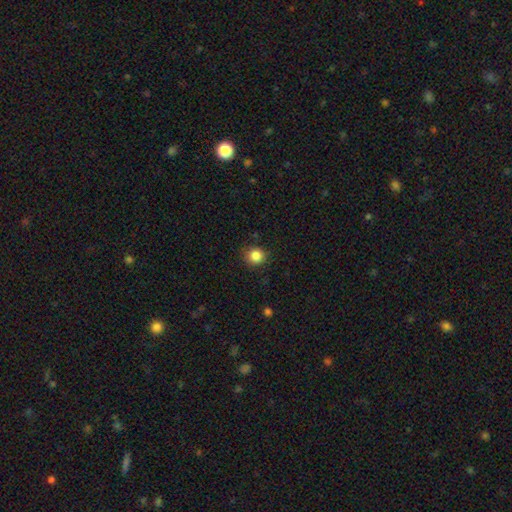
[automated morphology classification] Overall: smooth (85%). How rounded: round (92%). Merging: none (88%).